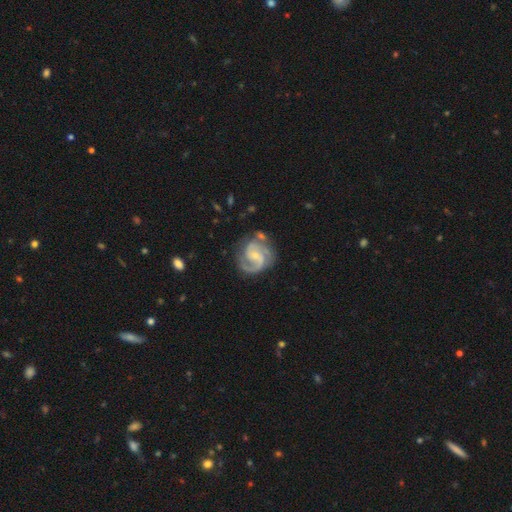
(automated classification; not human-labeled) Smooth or featured? Predicted: featured or disk (p=0.90). Edge-on disk? Predicted: no (p=0.98). Bar? Predicted: no (p=0.51). Spiral arms? Predicted: yes (p=0.98). Spiral winding? Predicted: medium (p=0.53). Spiral arm count? Predicted: 2 (p=0.80). Bulge size? Predicted: small (p=0.69). Merging? Predicted: none (p=0.67).